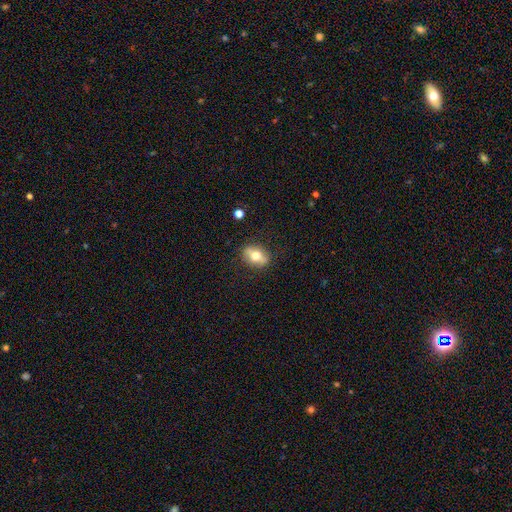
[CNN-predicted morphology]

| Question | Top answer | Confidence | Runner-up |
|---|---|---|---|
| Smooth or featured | smooth | 59% | featured or disk (33%) |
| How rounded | in between | 73% | round (23%) |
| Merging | none | 85% | minor disturbance (11%) |